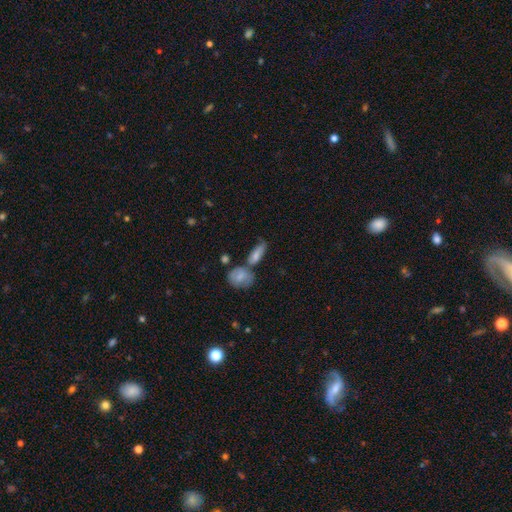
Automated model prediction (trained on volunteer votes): Smooth or featured? Predicted: smooth (p=0.57). How rounded? Predicted: in between (p=0.61). Merging? Predicted: none (p=0.51).